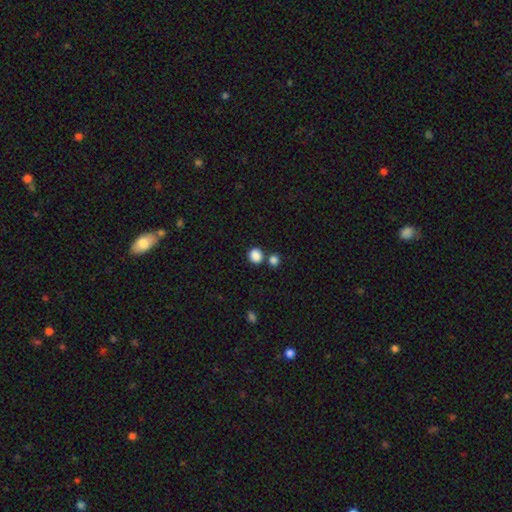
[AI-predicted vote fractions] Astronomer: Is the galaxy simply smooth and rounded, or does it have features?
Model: smooth — 86%.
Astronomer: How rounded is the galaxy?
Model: round — 76%.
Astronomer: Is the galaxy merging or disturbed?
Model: none — 68%.